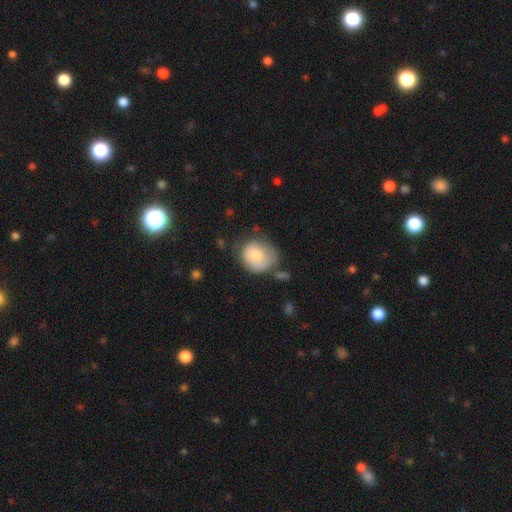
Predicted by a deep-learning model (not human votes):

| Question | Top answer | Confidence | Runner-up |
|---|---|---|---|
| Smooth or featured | smooth | 75% | featured or disk (18%) |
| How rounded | round | 72% | in between (28%) |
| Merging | none | 47% | minor disturbance (30%) |